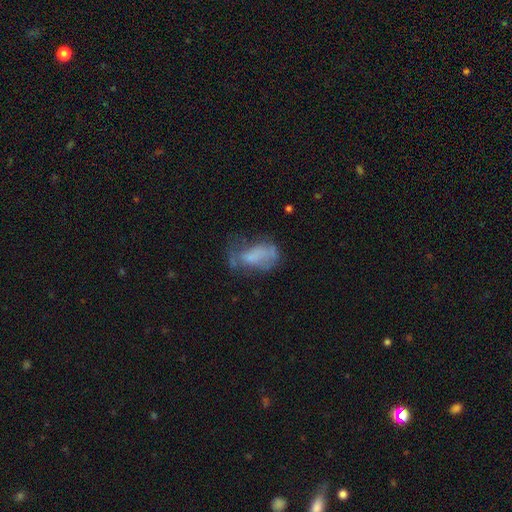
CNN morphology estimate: type=smooth (49%); merging=major disturbance (34%).